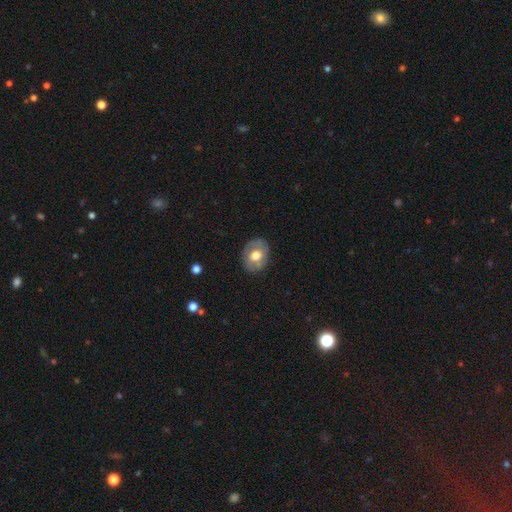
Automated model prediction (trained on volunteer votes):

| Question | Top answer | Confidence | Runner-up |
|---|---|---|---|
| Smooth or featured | smooth | 55% | featured or disk (39%) |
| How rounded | in between | 55% | round (44%) |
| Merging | none | 79% | minor disturbance (16%) |